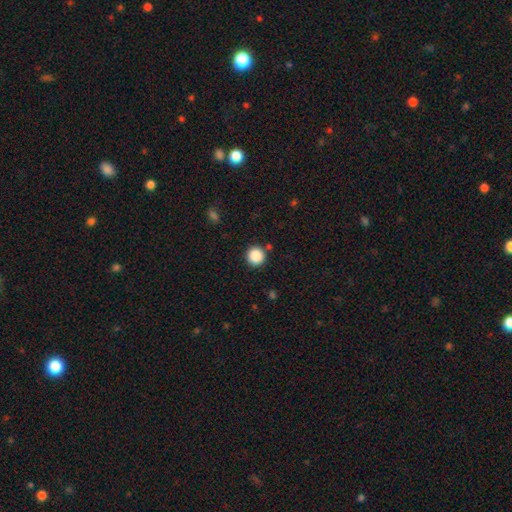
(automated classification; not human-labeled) Smooth or featured?
  - smooth: 87% *
  - star or artifact: 10%
  - featured or disk: 3%
How rounded?
  - round: 95% *
  - in between: 4%
  - cigar-shaped: 1%
Merging?
  - none: 88% *
  - minor disturbance: 7%
  - merger: 3%
  - major disturbance: 2%